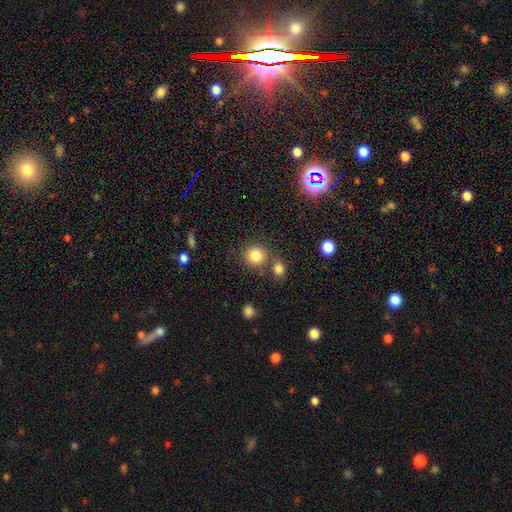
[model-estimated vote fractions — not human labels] The model was most divided on "merging": none: 72%, merger: 15%, minor disturbance: 9%, major disturbance: 3%. More confident: how rounded — round (89%); smooth or featured — smooth (82%).